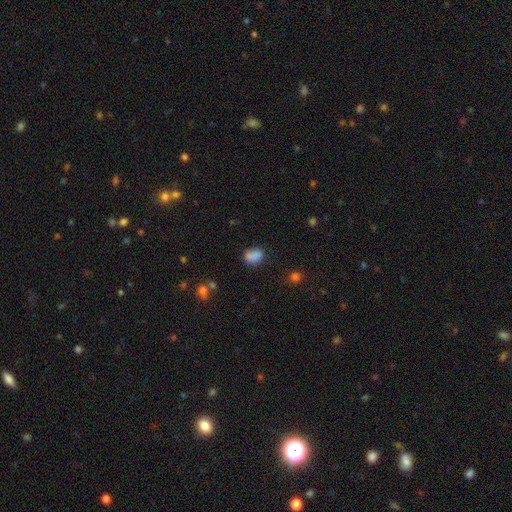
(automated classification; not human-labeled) Smooth or featured?
  - smooth: 84% *
  - star or artifact: 11%
  - featured or disk: 5%
How rounded?
  - in between: 76% *
  - round: 22%
  - cigar-shaped: 2%
Merging?
  - none: 69% *
  - minor disturbance: 20%
  - major disturbance: 6%
  - merger: 5%